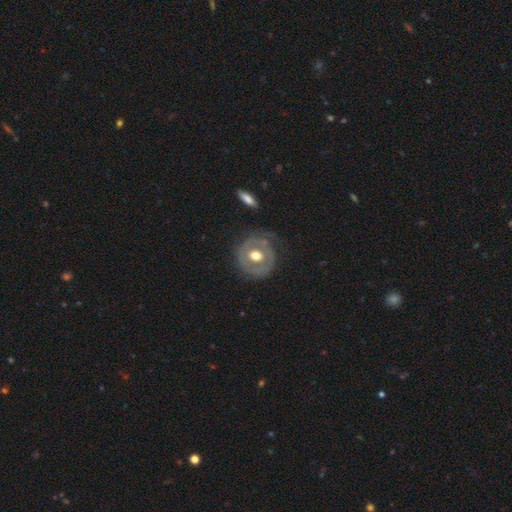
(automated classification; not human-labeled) Morphology: type=featured or disk (66%); edge-on=no (96%); bar=no (71%); spiral arms=no (62%); bulge=moderate (71%); merging=none (67%).